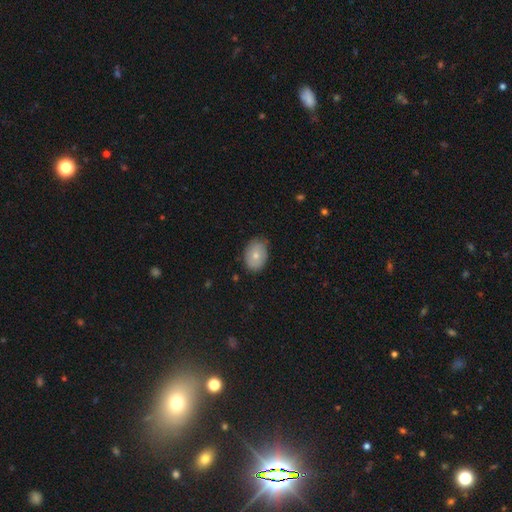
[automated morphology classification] Smooth or featured: smooth — 73% (featured or disk — 20%)
How rounded: in between — 78% (round — 21%)
Merging: none — 76% (minor disturbance — 20%)